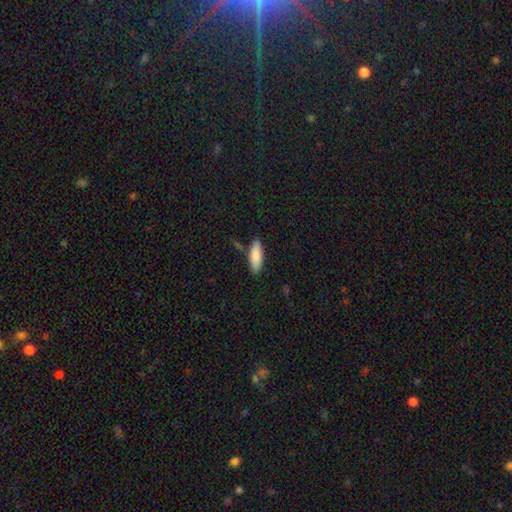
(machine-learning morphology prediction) The model was most divided on "how rounded": in between: 65%, cigar-shaped: 34%, round: 2%. More confident: smooth or featured — smooth (85%); merging — none (80%).